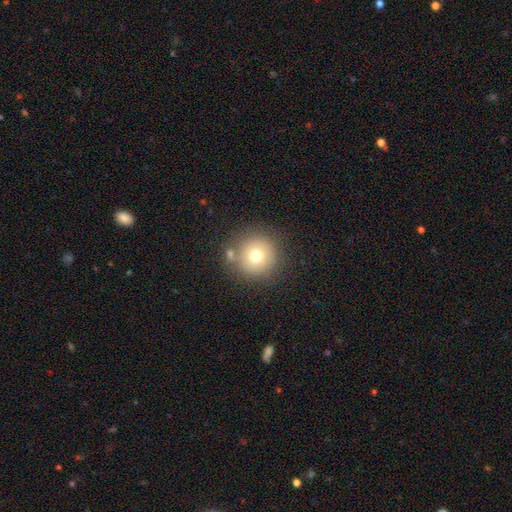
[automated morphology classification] Smooth or featured? Predicted: smooth (p=0.73). How rounded? Predicted: round (p=0.95). Merging? Predicted: none (p=0.75).